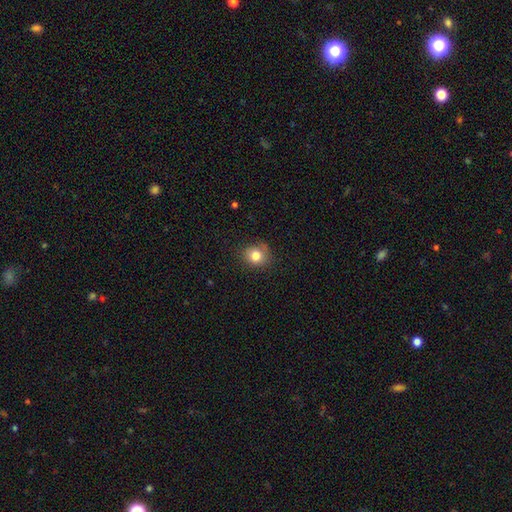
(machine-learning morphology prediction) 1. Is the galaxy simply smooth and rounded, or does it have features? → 81% smooth, 11% star or artifact, 8% featured or disk.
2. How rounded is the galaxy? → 78% round, 21% in between, 1% cigar-shaped.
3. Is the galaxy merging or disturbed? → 75% none, 19% minor disturbance, 5% major disturbance, 1% merger.